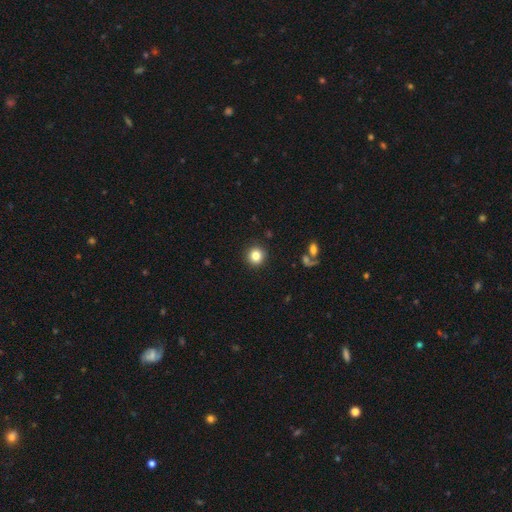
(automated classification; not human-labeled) smooth-or-featured: smooth: 83% | star or artifact: 11% | featured or disk: 6%
  how-rounded: round: 92% | in between: 7% | cigar-shaped: 1%
  merging: none: 91% | minor disturbance: 6% | major disturbance: 2% | merger: 2%